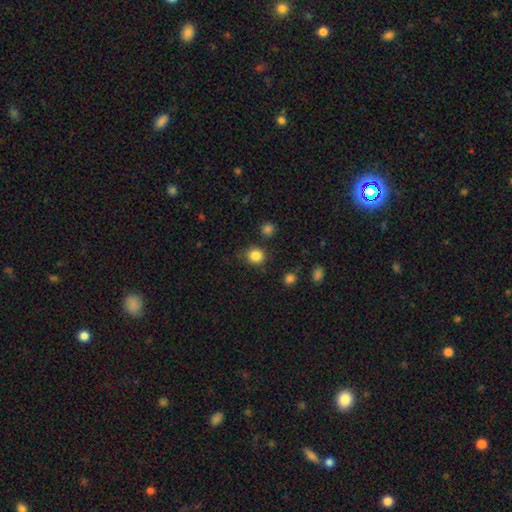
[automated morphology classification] Smooth or featured? smooth (84%)
How rounded? round (87%)
Merging? none (85%)